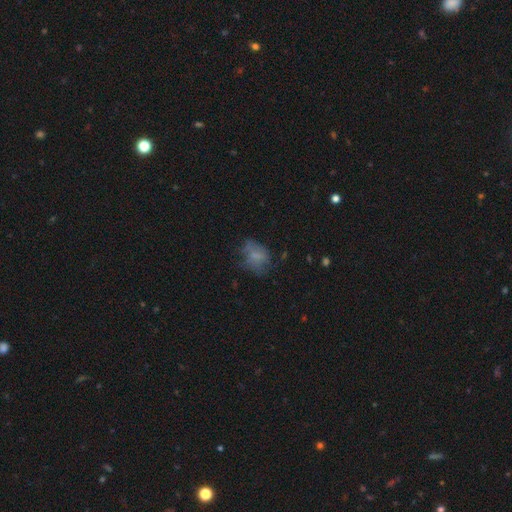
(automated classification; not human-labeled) A smooth galaxy with no disk features (60%) that is in between round and cigar-shaped (65%).

Vote fractions:
- Smooth or featured? smooth: 60% / featured or disk: 26% / star or artifact: 14%
- How rounded? in between: 65% / round: 33% / cigar-shaped: 2%
- Merging? none: 47% / minor disturbance: 27% / major disturbance: 24% / merger: 3%